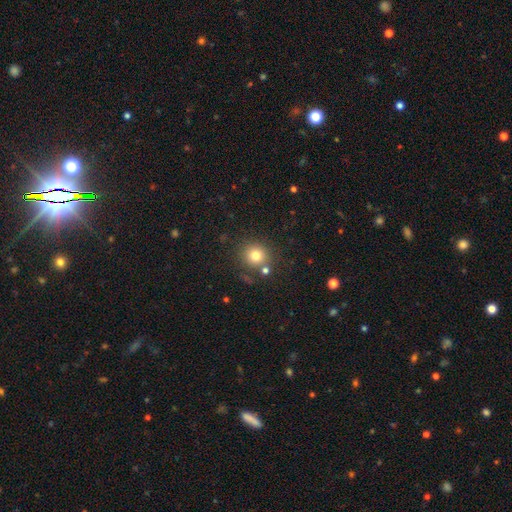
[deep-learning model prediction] smooth_or_featured: smooth (p=0.78) [alt: star or artifact p=0.14]
how_rounded: round (p=0.90) [alt: in between p=0.09]
merging: none (p=0.79) [alt: merger p=0.09]